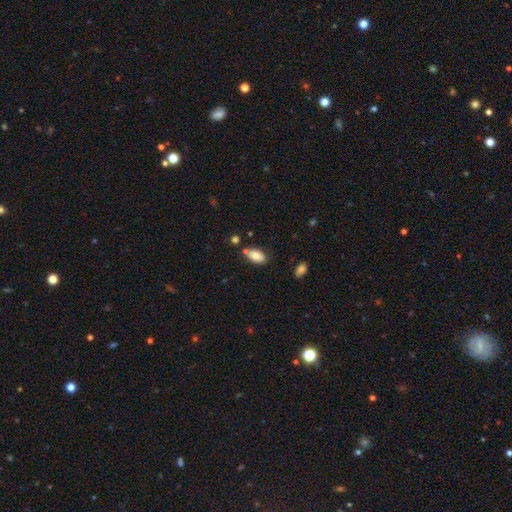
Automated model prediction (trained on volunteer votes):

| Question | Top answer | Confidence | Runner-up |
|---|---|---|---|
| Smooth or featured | smooth | 82% | featured or disk (11%) |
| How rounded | in between | 92% | round (5%) |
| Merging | none | 67% | minor disturbance (17%) |